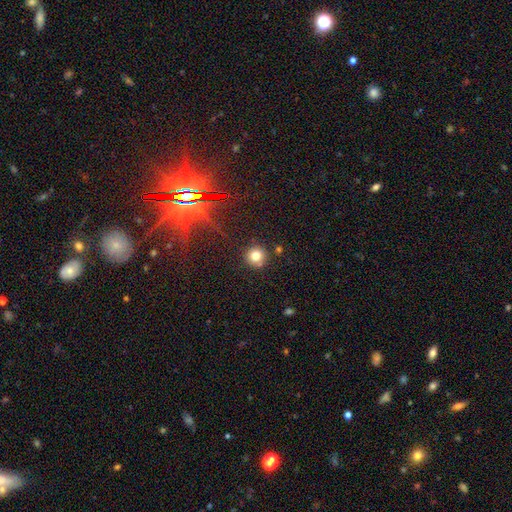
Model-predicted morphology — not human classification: Q: Smooth or featured?
A: smooth (76%); runner-up: star or artifact (16%)
Q: How rounded?
A: round (94%); runner-up: in between (5%)
Q: Merging?
A: none (83%); runner-up: minor disturbance (8%)